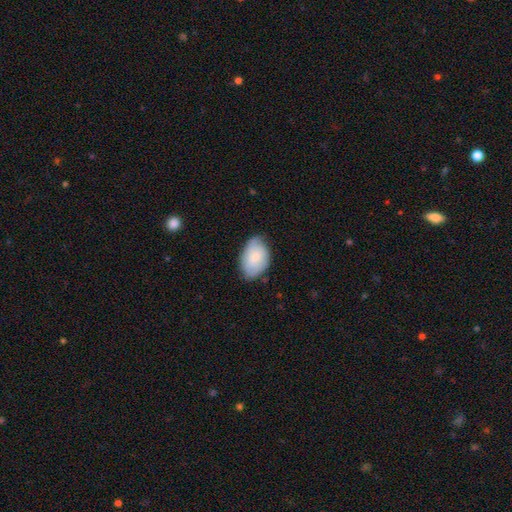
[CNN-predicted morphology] This is likely a smooth galaxy (79%). How rounded: clearly in between (91%). Merging: likely none (67%).